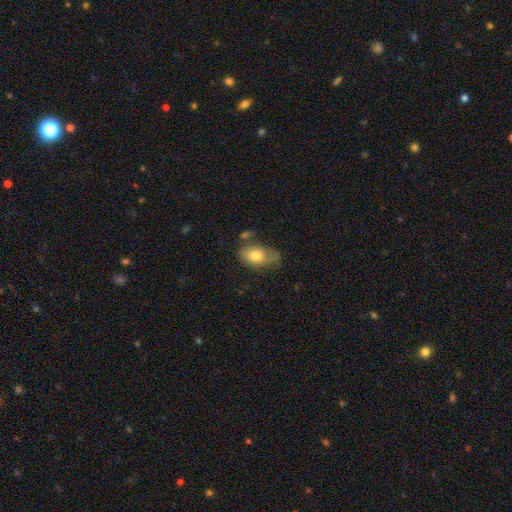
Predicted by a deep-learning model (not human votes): Smooth or featured? Predicted: smooth (p=0.74). How rounded? Predicted: in between (p=0.88). Merging? Predicted: none (p=0.47).